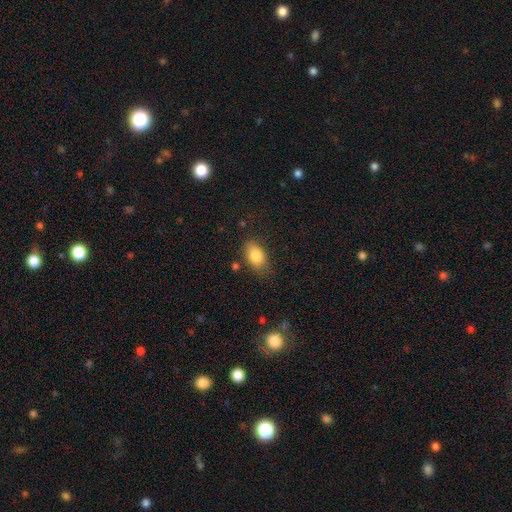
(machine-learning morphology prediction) A smooth galaxy with no disk features (83%) that is in between round and cigar-shaped (88%).

Vote fractions:
- Smooth or featured? smooth: 83% / featured or disk: 9% / star or artifact: 8%
- How rounded? in between: 88% / round: 10% / cigar-shaped: 3%
- Merging? none: 77% / minor disturbance: 16% / major disturbance: 4% / merger: 2%